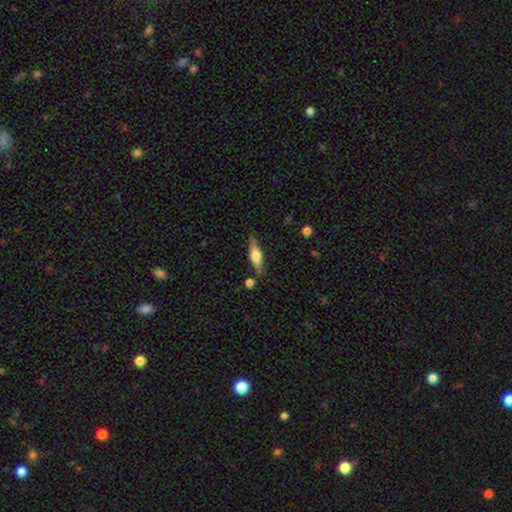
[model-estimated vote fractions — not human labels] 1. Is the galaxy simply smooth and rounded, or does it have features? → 56% featured or disk, 37% smooth, 7% star or artifact.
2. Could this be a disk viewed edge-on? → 95% yes, 5% no.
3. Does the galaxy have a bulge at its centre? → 89% rounded, 9% boxy, 2% none.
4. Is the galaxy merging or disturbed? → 83% none, 11% minor disturbance, 4% merger, 3% major disturbance.